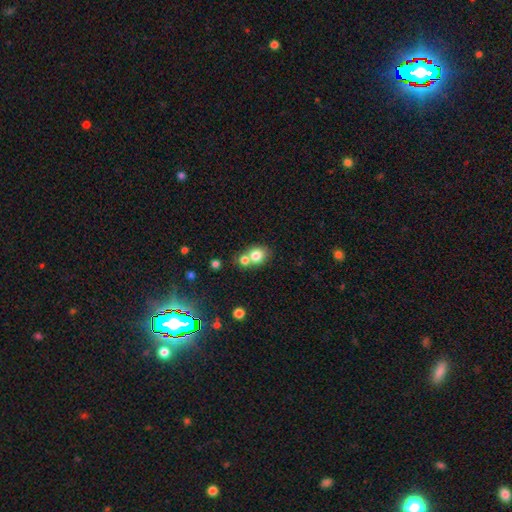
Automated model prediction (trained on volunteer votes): A smooth galaxy with no disk features (78%) that is round (71%). Merging: merger (47%).